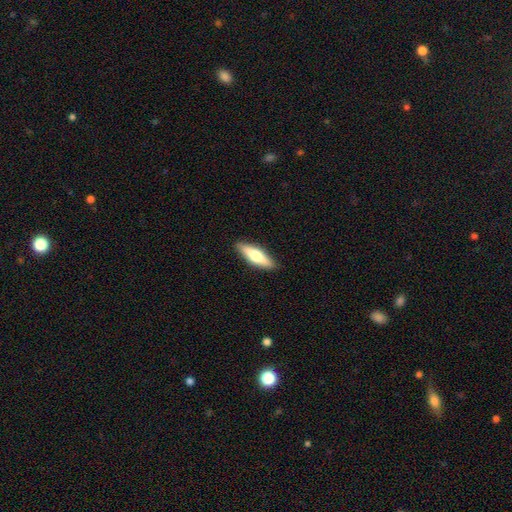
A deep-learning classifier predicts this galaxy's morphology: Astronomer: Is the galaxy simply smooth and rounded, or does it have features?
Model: smooth — 55% (runner-up: featured or disk, 39%).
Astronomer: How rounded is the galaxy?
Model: cigar-shaped — 58% (runner-up: in between, 40%).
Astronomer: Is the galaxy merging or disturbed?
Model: none — 89%.